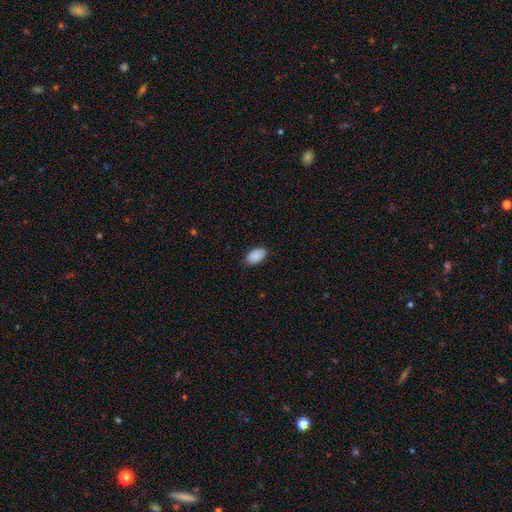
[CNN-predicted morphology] A smooth galaxy with no disk features (90%) that is in between round and cigar-shaped (95%). Merging: none (84%).